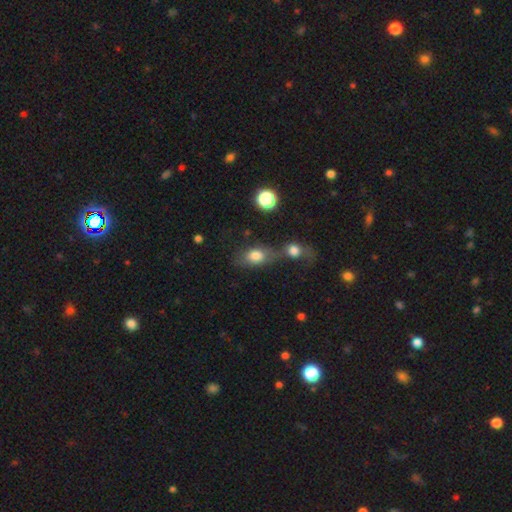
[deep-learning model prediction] Smooth or featured?
  - smooth: 77% *
  - featured or disk: 13%
  - star or artifact: 10%
How rounded?
  - in between: 74% *
  - round: 23%
  - cigar-shaped: 3%
Merging?
  - merger: 46% *
  - none: 32%
  - minor disturbance: 12%
  - major disturbance: 10%